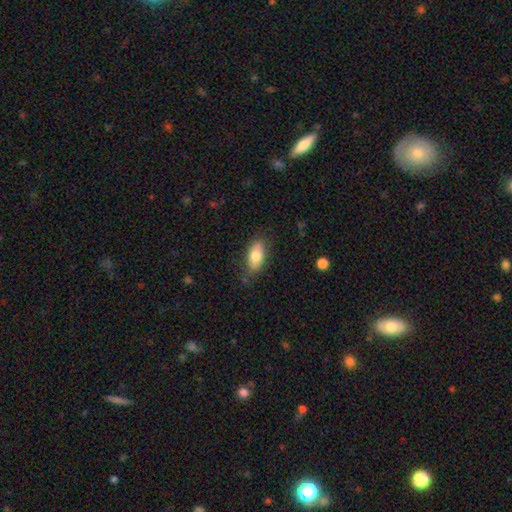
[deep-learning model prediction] This is likely a smooth galaxy (78%). How rounded: clearly in between (89%). Merging: likely none (78%).